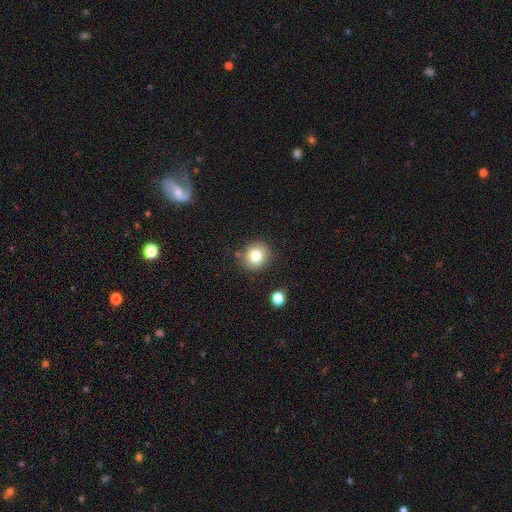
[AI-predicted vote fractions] A smooth galaxy with no disk features (81%) that is round (84%). Merging: none (83%).